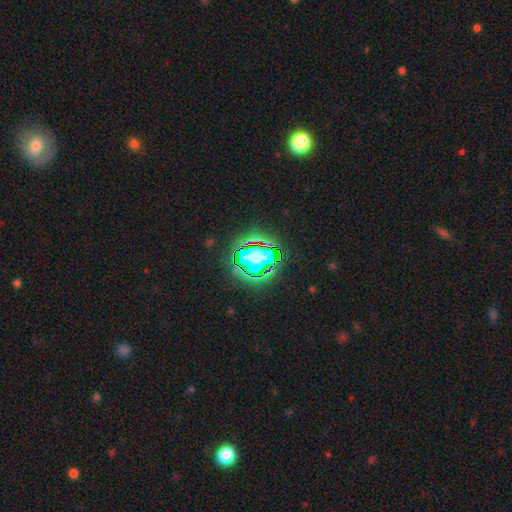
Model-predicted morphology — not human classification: A star or artifact, not a galaxy (58%).

Vote fractions:
- Smooth or featured? star or artifact: 58% / smooth: 25% / featured or disk: 17%